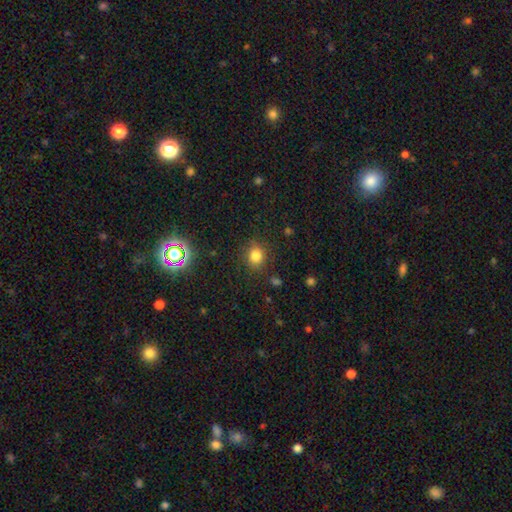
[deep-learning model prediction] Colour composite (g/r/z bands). It shows a smooth galaxy with no disk features (79%) that is round (77%). Merging: none (84%).